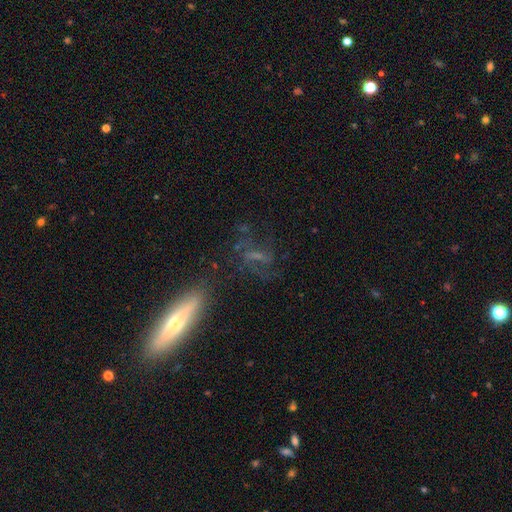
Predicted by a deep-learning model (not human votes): A featured or disk galaxy (49%). Merging: none (58%).